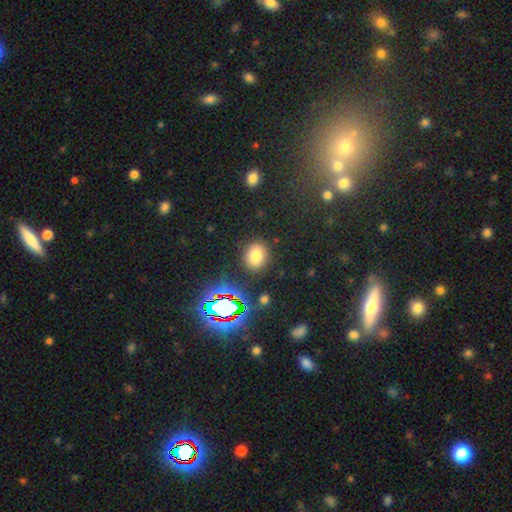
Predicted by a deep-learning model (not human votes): This is likely a smooth galaxy (75%). How rounded: possibly round (55%). Merging: clearly none (86%).